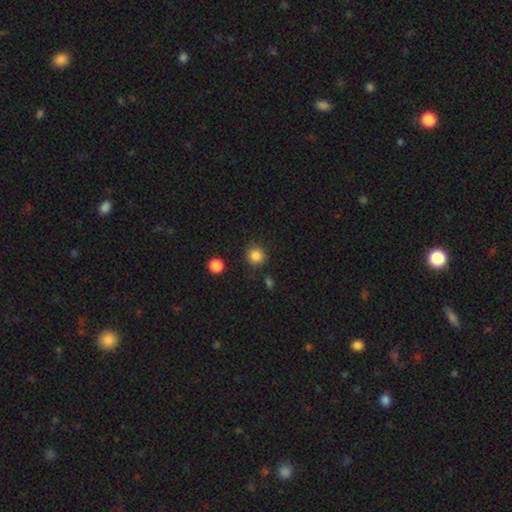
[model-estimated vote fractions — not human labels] Q: Smooth or featured?
A: smooth (85%); runner-up: star or artifact (11%)
Q: How rounded?
A: round (93%); runner-up: in between (6%)
Q: Merging?
A: none (88%); runner-up: minor disturbance (7%)